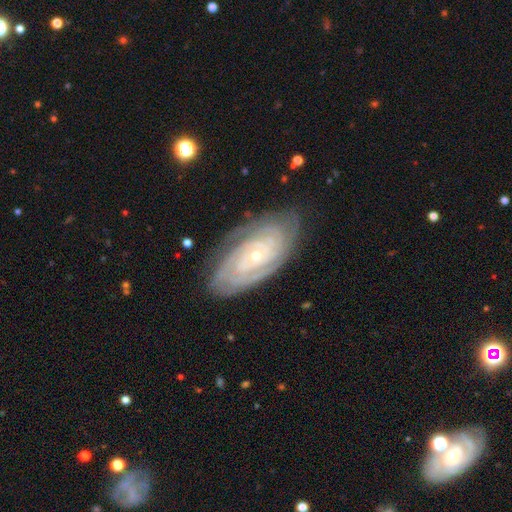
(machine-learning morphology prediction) A featured or disk galaxy (88%) with no bar (74%), tight (83%) spiral arms (97%) and a small central bulge (79%).

Vote fractions:
- Smooth or featured? featured or disk: 88% / smooth: 6% / star or artifact: 5%
- Edge-on disk? no: 95% / yes: 5%
- Bar? no: 74% / weak: 19% / strong: 7%
- Spiral arms? yes: 97% / no: 3%
- Spiral winding? tight: 83% / medium: 14% / loose: 3%
- Spiral arm count? can't tell: 27% / 2: 26% / 3: 20% / 4: 15% / more than 4: 7% / 1: 6%
- Bulge size? small: 79% / moderate: 18% / none: 1% / large: 1% / dominant: 1%
- Merging? none: 79% / minor disturbance: 15% / major disturbance: 4% / merger: 1%